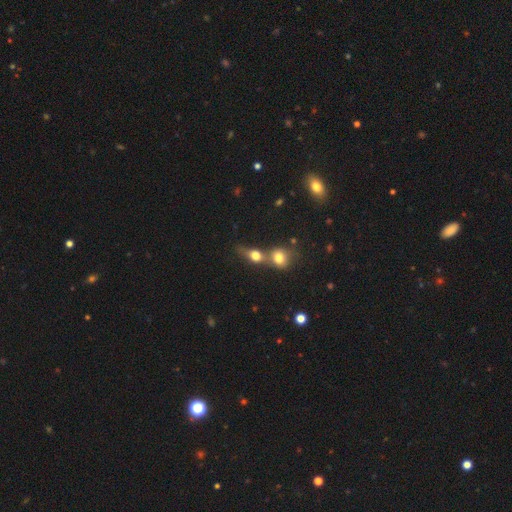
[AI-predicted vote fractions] Smooth or featured? Predicted: smooth (p=0.70). How rounded? Predicted: in between (p=0.46). Merging? Predicted: merger (p=0.60).